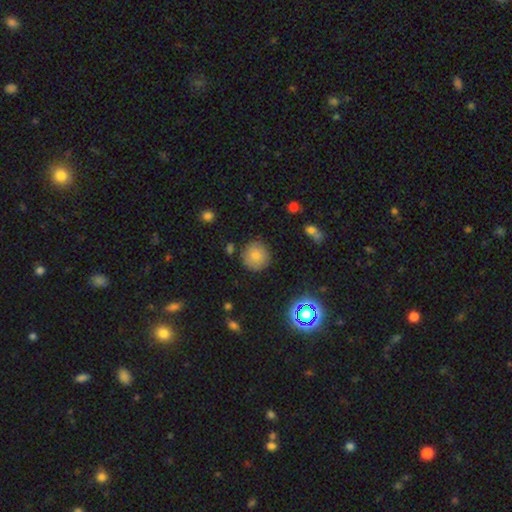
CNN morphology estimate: smooth 79%, star or artifact 11%, featured or disk 10%. Down the decision tree: how rounded — round (93%); merging — none (85%).